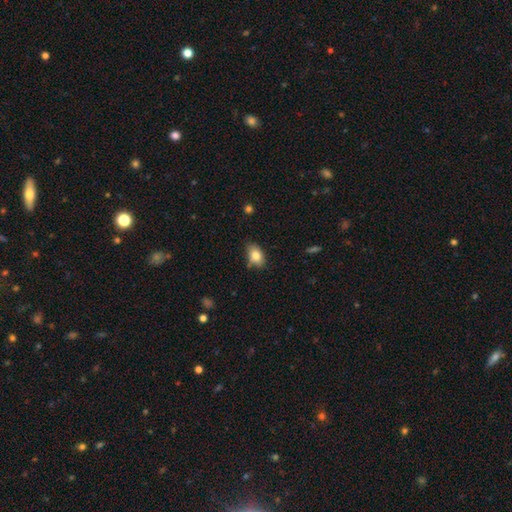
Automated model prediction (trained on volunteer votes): Smooth or featured? smooth (81%)
How rounded? in between (85%)
Merging? none (70%)